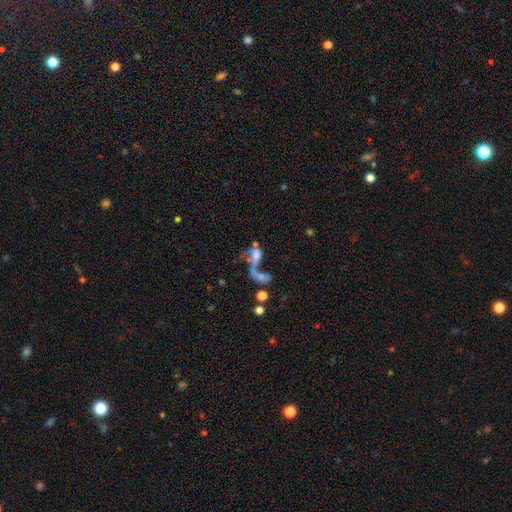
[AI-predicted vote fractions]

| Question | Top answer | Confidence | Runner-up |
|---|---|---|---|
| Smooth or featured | featured or disk | 47% | smooth (38%) |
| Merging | merger | 58% | major disturbance (24%) |